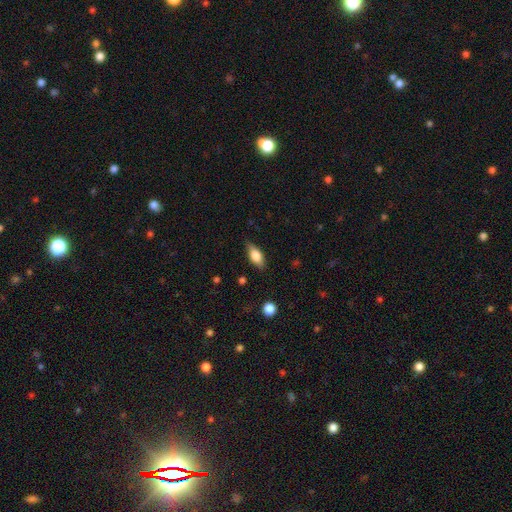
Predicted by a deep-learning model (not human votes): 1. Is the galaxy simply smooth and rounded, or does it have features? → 70% smooth, 23% featured or disk, 7% star or artifact.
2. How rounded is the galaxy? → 81% in between, 15% cigar-shaped, 4% round.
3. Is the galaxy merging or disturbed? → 79% none, 16% minor disturbance, 3% major disturbance, 1% merger.